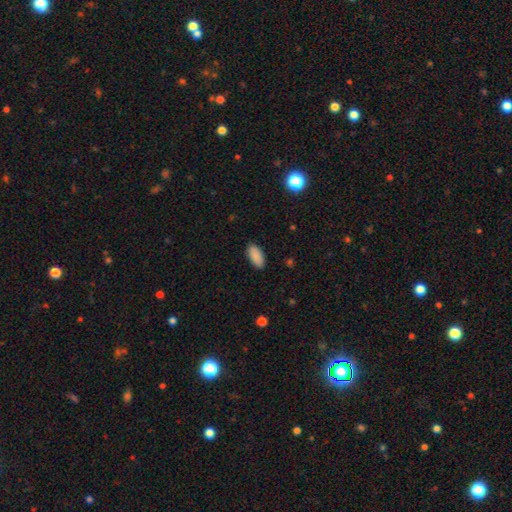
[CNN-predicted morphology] smooth_or_featured: smooth (p=0.90) [alt: star or artifact p=0.07]
how_rounded: in between (p=0.91) [alt: cigar-shaped p=0.07]
merging: none (p=0.89) [alt: minor disturbance p=0.08]